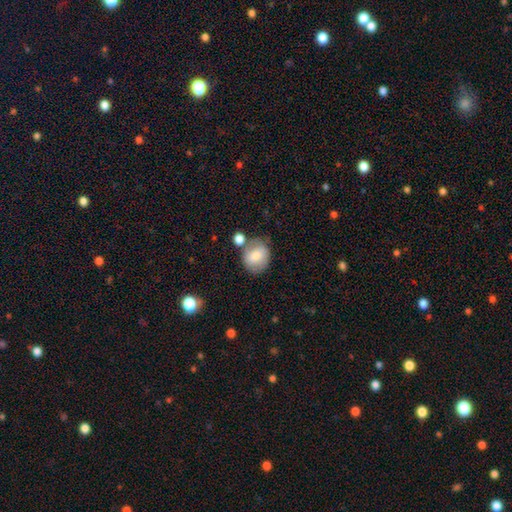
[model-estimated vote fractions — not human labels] smooth-or-featured: smooth: 74% | featured or disk: 18% | star or artifact: 8%
  how-rounded: round: 67% | in between: 32% | cigar-shaped: 1%
  merging: none: 60% | minor disturbance: 17% | merger: 17% | major disturbance: 6%